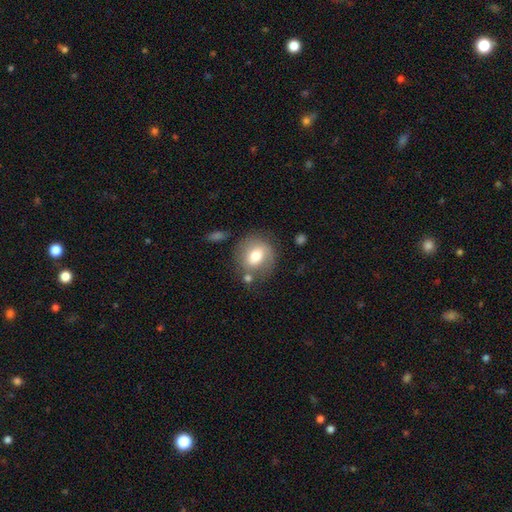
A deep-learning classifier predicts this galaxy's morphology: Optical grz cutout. It shows a smooth galaxy with no disk features (62%) that is round (74%). Merging: none (64%).